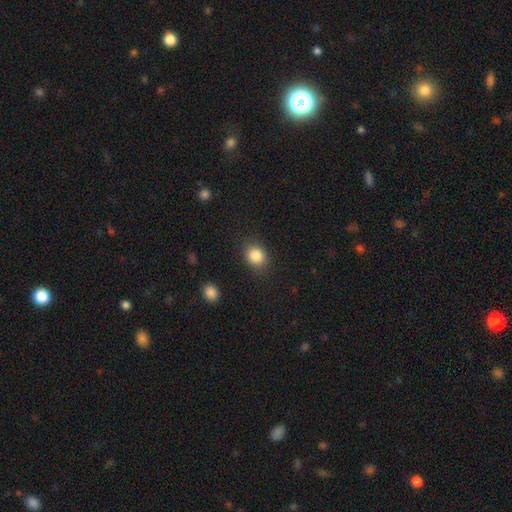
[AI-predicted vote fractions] Smooth or featured? smooth (86%)
How rounded? round (56%)
Merging? none (83%)